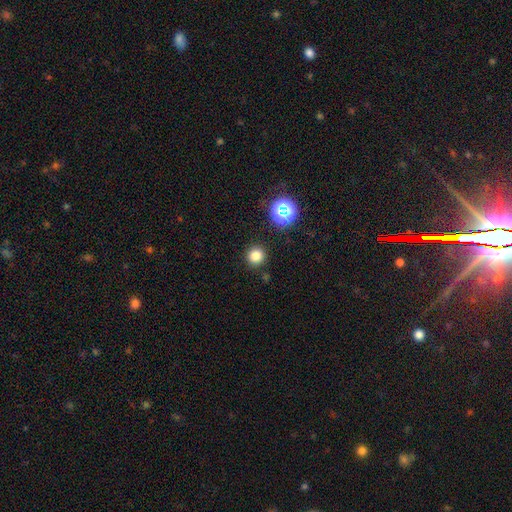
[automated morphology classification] Smooth or featured? smooth (79%)
How rounded? round (93%)
Merging? none (89%)